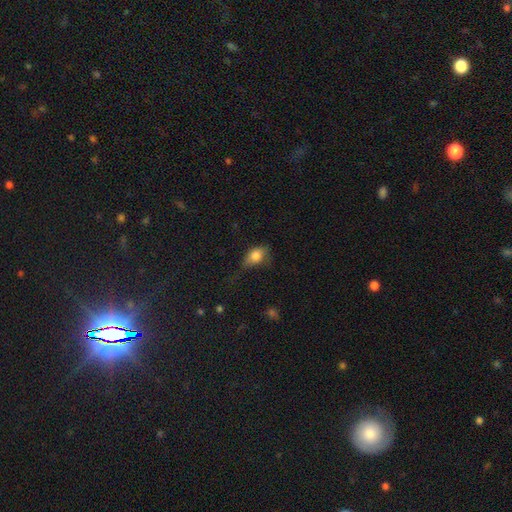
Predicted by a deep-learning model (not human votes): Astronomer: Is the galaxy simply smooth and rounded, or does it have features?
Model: smooth — 81%.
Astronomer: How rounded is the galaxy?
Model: in between — 79%.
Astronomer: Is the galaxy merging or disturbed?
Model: none — 39% (runner-up: minor disturbance, 38%).